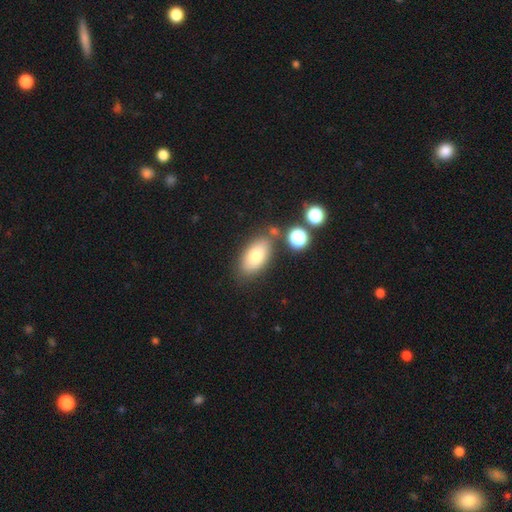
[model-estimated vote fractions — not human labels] Smooth or featured?
  - smooth: 77% *
  - featured or disk: 14%
  - star or artifact: 9%
How rounded?
  - in between: 91% *
  - round: 5%
  - cigar-shaped: 4%
Merging?
  - none: 74% *
  - minor disturbance: 14%
  - merger: 8%
  - major disturbance: 4%